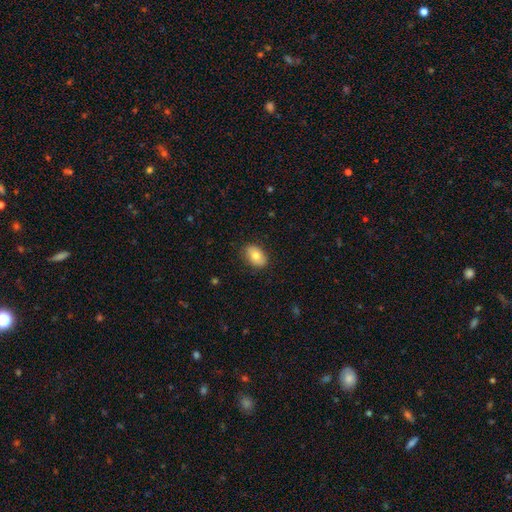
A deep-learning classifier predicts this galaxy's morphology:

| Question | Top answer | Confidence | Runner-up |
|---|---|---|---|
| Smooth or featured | smooth | 76% | featured or disk (16%) |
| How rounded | in between | 85% | round (14%) |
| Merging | none | 85% | minor disturbance (11%) |